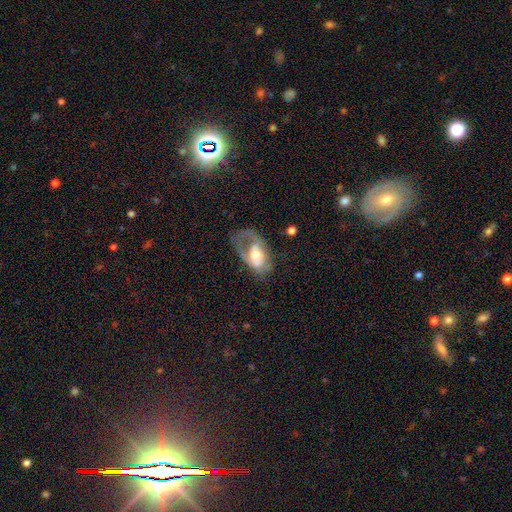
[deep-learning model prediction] The model was most divided on "spiral arms": yes: 51%, no: 49%. Remaining: edge-on disk — no (93%); bar — no (67%); bulge size — moderate (57%); smooth or featured — featured or disk (54%); merging — major disturbance (48%).